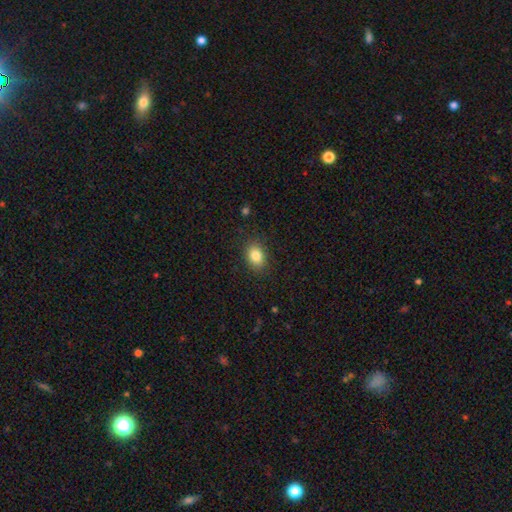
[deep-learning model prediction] Smooth or featured? Predicted: smooth (p=0.84). How rounded? Predicted: in between (p=0.71). Merging? Predicted: none (p=0.87).